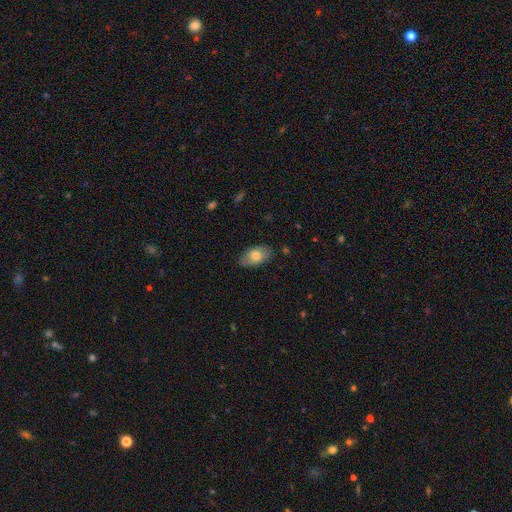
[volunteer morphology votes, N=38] smooth 79%, featured or disk 18%, star or artifact 3%. Down the decision tree: how rounded — in between (93%); merging — none (89%).